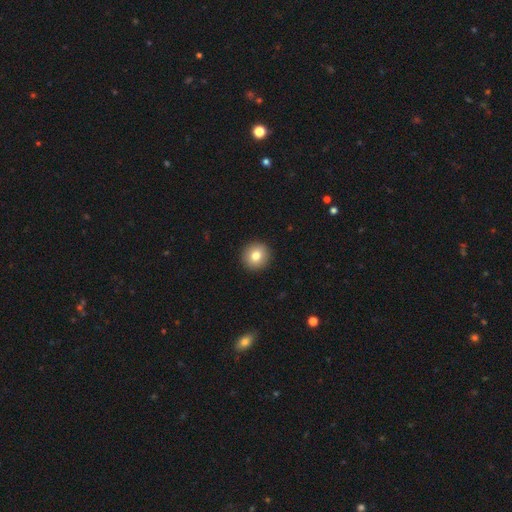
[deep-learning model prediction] Smooth or featured? smooth (81%)
How rounded? round (94%)
Merging? none (93%)